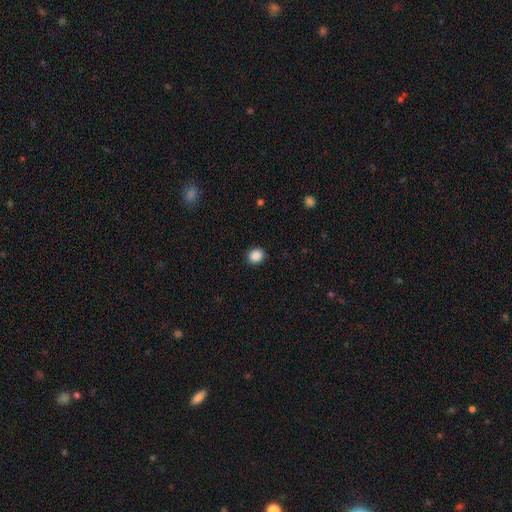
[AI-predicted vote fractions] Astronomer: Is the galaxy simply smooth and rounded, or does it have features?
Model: smooth — 88%.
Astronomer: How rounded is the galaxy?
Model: round — 72%.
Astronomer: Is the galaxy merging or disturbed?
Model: none — 91%.